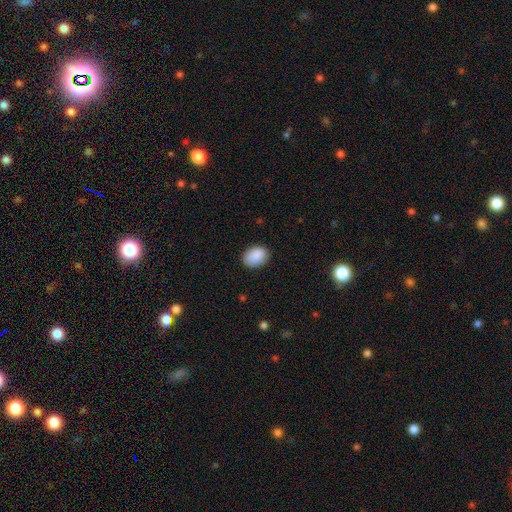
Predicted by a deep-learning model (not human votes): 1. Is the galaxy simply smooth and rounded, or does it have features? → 89% smooth, 7% star or artifact, 3% featured or disk.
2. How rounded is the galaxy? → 69% in between, 30% round, 1% cigar-shaped.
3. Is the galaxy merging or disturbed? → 85% none, 12% minor disturbance, 2% major disturbance, 1% merger.